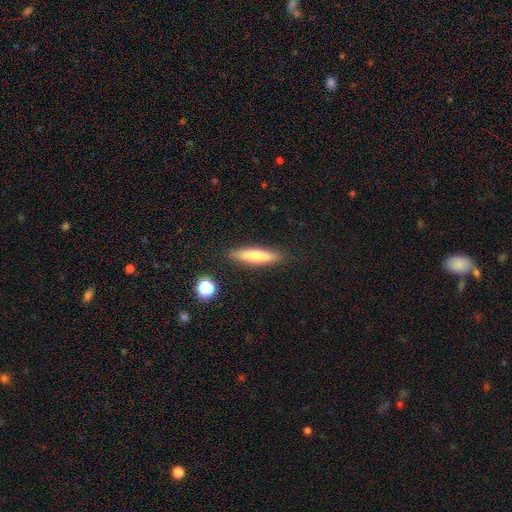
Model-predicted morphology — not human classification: Overall: smooth (68%). How rounded: cigar-shaped (78%). Merging: none (88%).